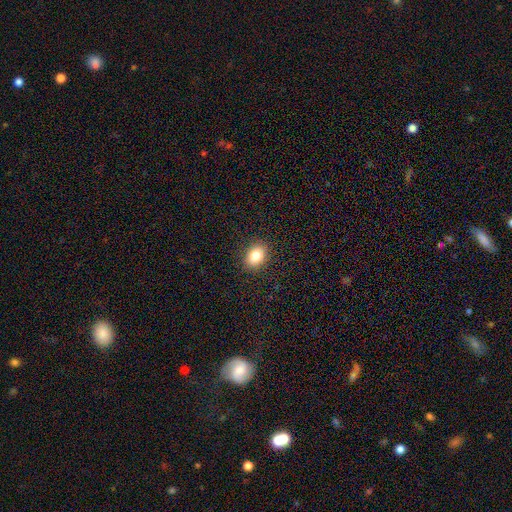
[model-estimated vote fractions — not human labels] Smooth or featured: smooth — 85% (star or artifact — 9%)
How rounded: in between — 73% (round — 26%)
Merging: none — 89% (minor disturbance — 8%)